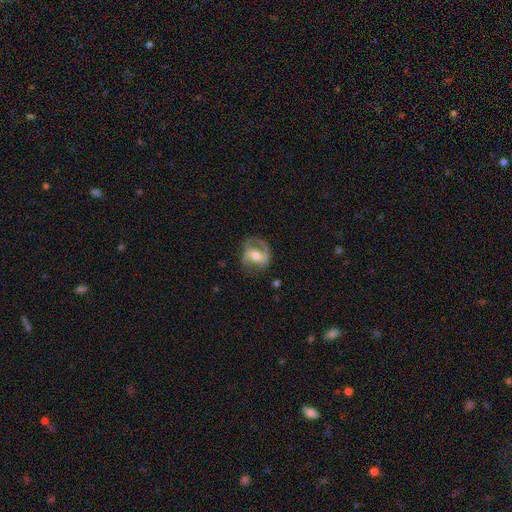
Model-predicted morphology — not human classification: A featured or disk galaxy (76%) with a weak bar (40%), 2 (77%) medium (48%) spiral arms (89%) and a moderate central bulge (66%). Merging: none (64%).